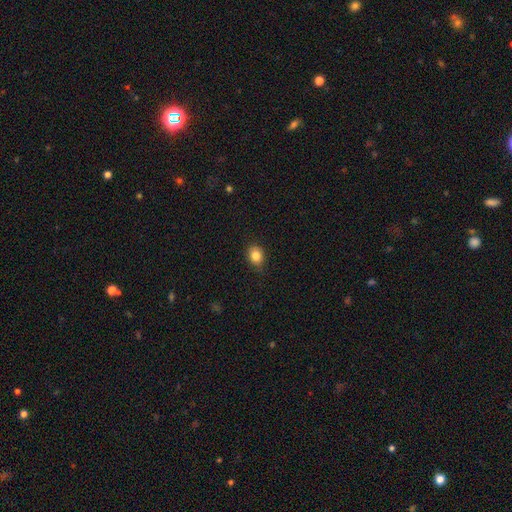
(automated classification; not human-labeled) smooth 84%, star or artifact 10%, featured or disk 6%. Down the decision tree: how rounded — round (55%); merging — none (83%).